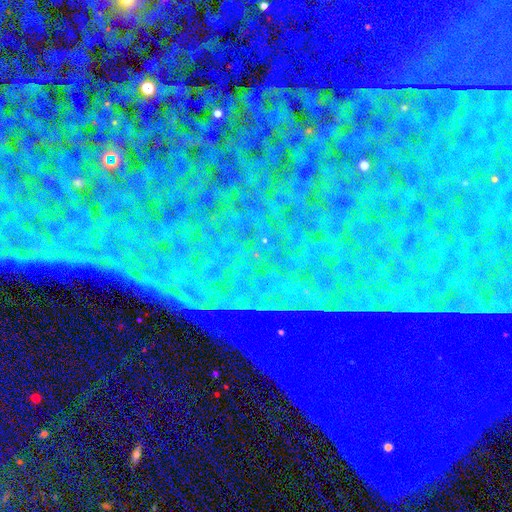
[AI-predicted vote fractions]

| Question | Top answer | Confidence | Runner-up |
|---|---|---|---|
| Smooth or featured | star or artifact | 86% | featured or disk (8%) |